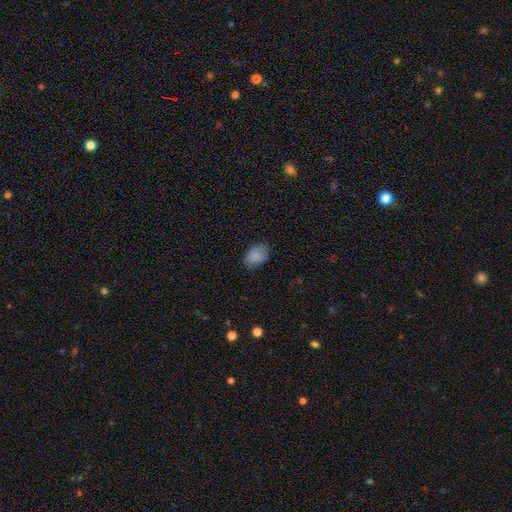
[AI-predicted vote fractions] Morphology: type=smooth (88%); roundness=in between (82%); merging=none (79%).